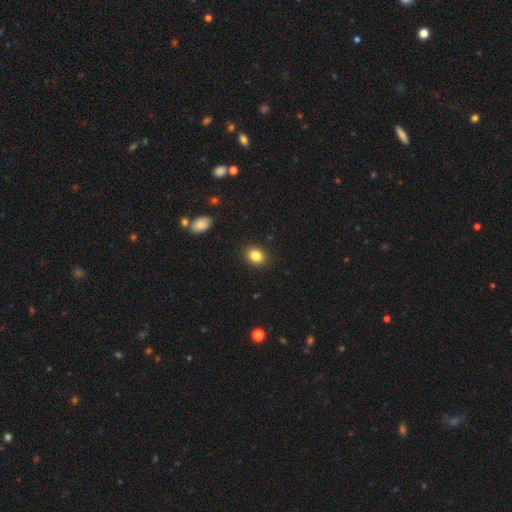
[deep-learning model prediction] Overall: smooth (85%). How rounded: in between (51%; round 47%). Merging: none (89%).